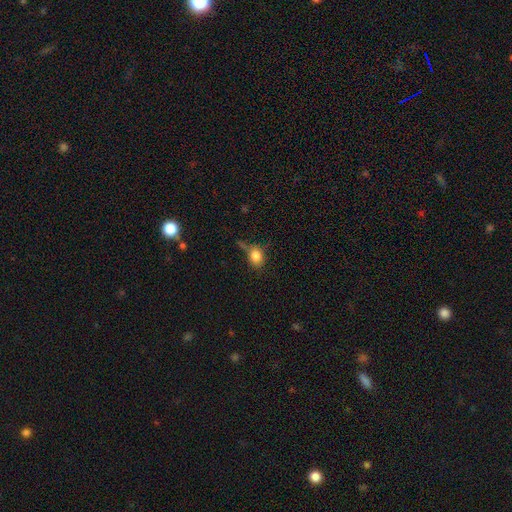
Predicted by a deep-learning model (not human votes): Overall: smooth (82%). How rounded: round (53%; in between 45%). Merging: none (52%; minor disturbance 26%).